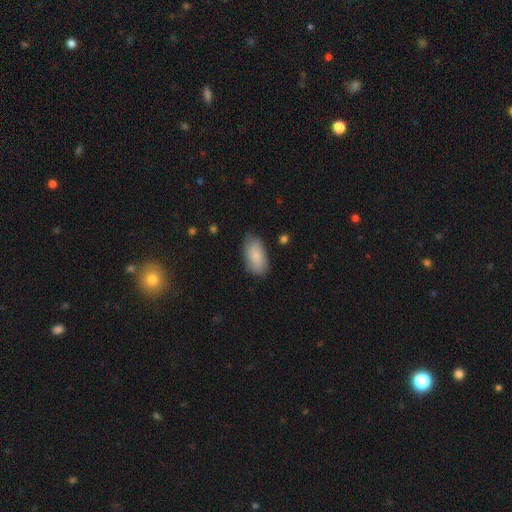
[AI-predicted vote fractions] Overall: smooth (84%). How rounded: in between (94%). Merging: none (76%).